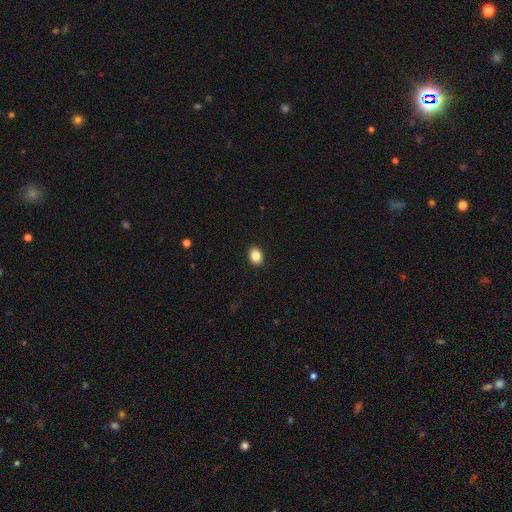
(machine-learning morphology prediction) type=smooth (86%); roundness=in between (58%); merging=none (91%).